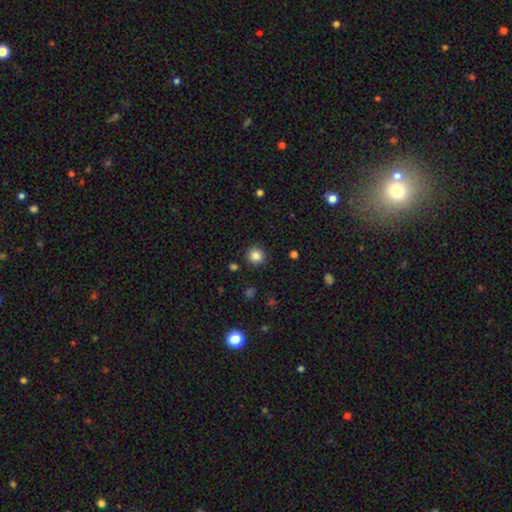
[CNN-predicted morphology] Smooth or featured: smooth — 85% (star or artifact — 11%)
How rounded: round — 93% (in between — 6%)
Merging: none — 90% (minor disturbance — 6%)